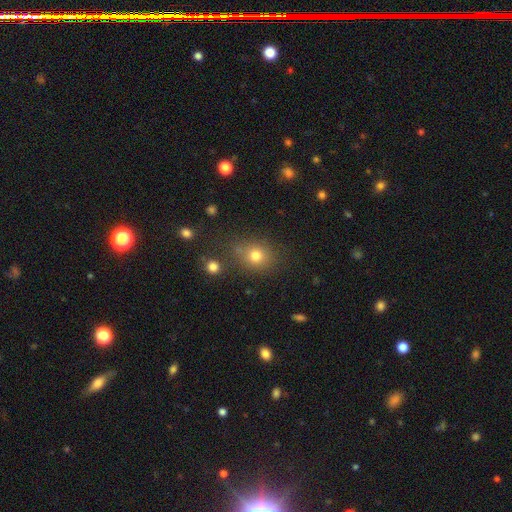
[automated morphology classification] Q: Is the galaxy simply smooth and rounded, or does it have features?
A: smooth — 76%.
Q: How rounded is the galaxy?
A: round — 75%.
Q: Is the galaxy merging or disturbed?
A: none — 72%.